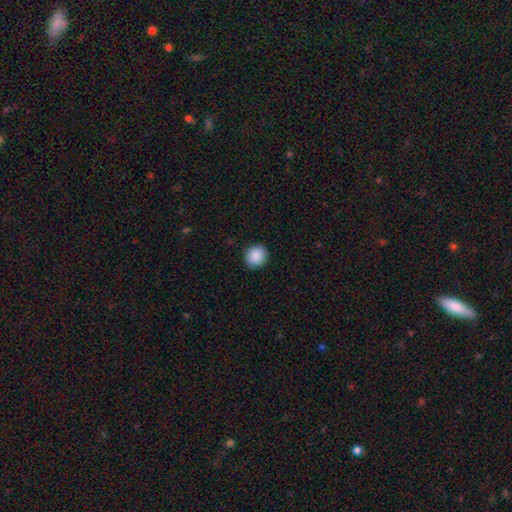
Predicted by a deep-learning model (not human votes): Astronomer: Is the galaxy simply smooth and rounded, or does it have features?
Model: smooth — 90%.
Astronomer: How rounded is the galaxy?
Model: round — 82%.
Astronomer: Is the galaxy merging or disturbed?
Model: none — 91%.